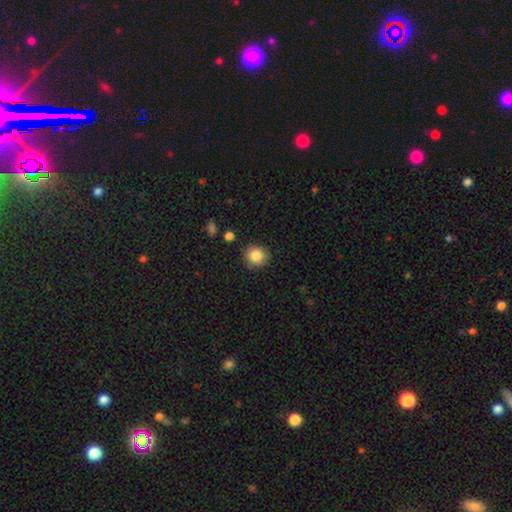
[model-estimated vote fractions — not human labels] A smooth galaxy with no disk features (85%) that is round (86%). Merging: none (87%).